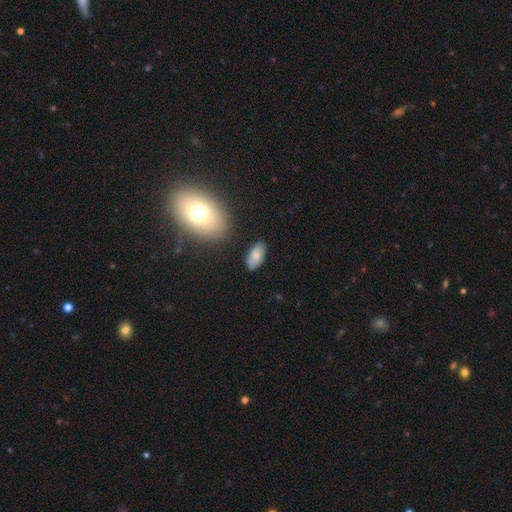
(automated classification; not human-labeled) Smooth or featured? smooth (75%)
How rounded? in between (93%)
Merging? none (76%)